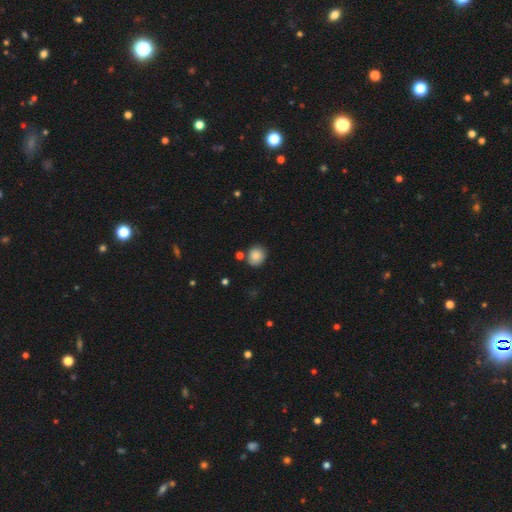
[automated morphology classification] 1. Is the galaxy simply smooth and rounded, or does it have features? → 86% smooth, 9% star or artifact, 5% featured or disk.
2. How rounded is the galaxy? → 81% round, 18% in between, 1% cigar-shaped.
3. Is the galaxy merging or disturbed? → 78% none, 12% minor disturbance, 7% merger, 3% major disturbance.